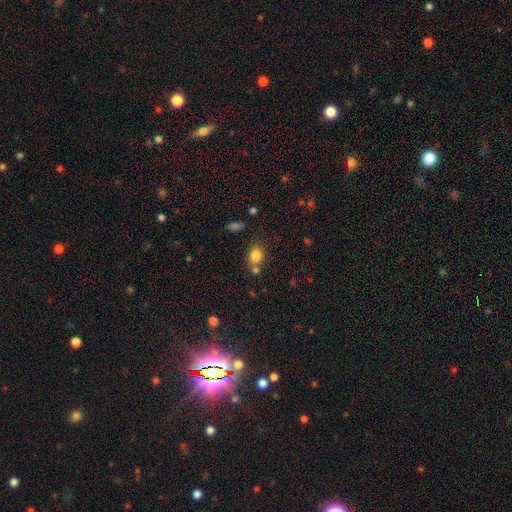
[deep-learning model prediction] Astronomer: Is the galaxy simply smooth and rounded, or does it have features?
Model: smooth — 81%.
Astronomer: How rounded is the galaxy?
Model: in between — 62%.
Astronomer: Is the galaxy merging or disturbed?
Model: none — 61%.